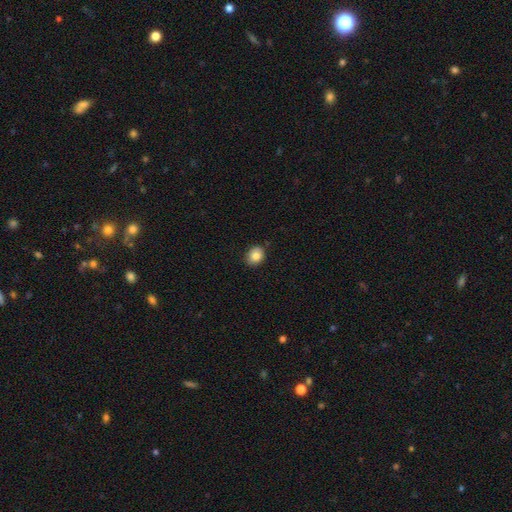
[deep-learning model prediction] A smooth galaxy with no disk features (84%) that is round (56%). Merging: none (85%).